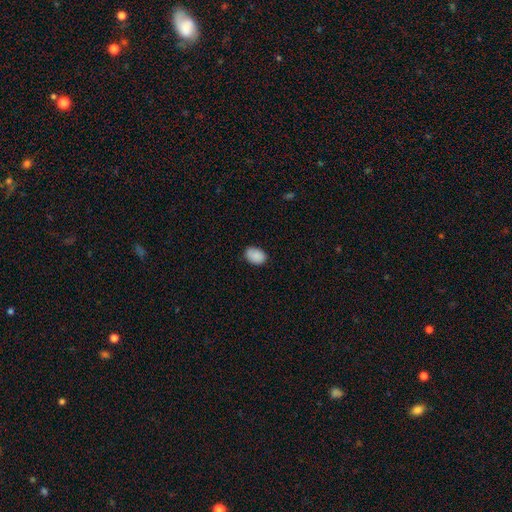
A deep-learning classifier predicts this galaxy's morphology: smooth 89%, star or artifact 7%, featured or disk 3%. Down the decision tree: how rounded — in between (79%); merging — none (83%).